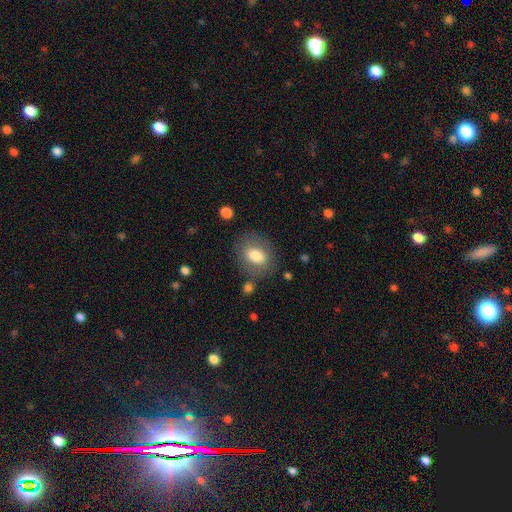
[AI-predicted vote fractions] This appears to be a smooth galaxy with no disk features (77%) that is in between round and cigar-shaped (61%). Merging: none (77%).